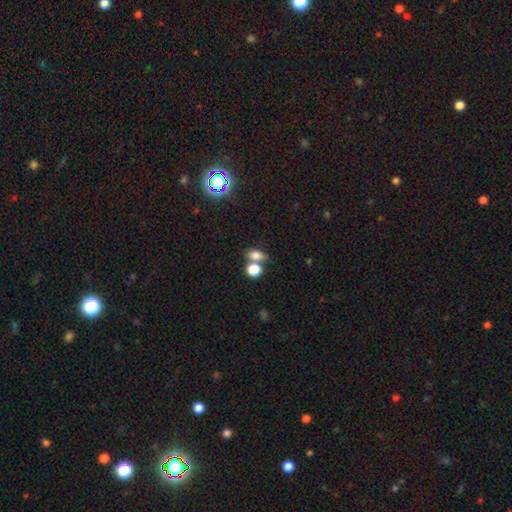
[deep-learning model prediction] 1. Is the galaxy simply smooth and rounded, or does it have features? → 78% smooth, 14% star or artifact, 8% featured or disk.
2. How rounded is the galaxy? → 72% in between, 25% round, 3% cigar-shaped.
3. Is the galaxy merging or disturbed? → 50% none, 36% merger, 10% minor disturbance, 4% major disturbance.